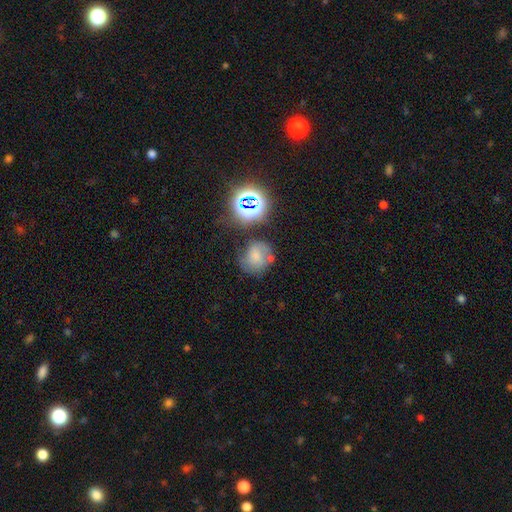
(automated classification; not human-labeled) smooth-or-featured: smooth: 57% | featured or disk: 22% | star or artifact: 21%
  how-rounded: round: 75% | in between: 24% | cigar-shaped: 1%
  merging: none: 53% | minor disturbance: 23% | major disturbance: 12% | merger: 11%